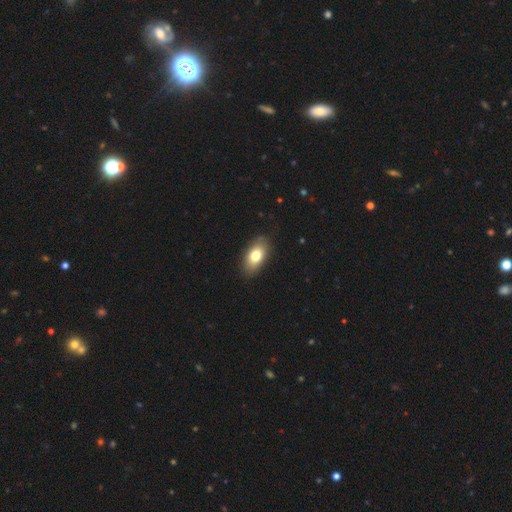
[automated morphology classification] Smooth or featured?
  - smooth: 76% *
  - featured or disk: 17%
  - star or artifact: 7%
How rounded?
  - in between: 91% *
  - round: 6%
  - cigar-shaped: 3%
Merging?
  - none: 86% *
  - minor disturbance: 11%
  - major disturbance: 2%
  - merger: 1%